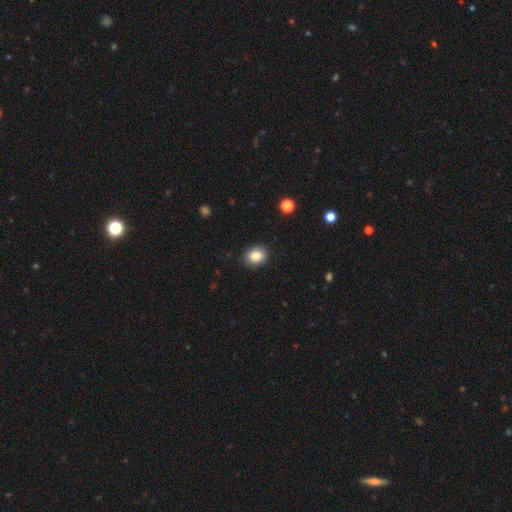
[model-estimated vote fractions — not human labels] Smooth or featured? Predicted: smooth (p=0.85). How rounded? Predicted: round (p=0.56). Merging? Predicted: none (p=0.88).